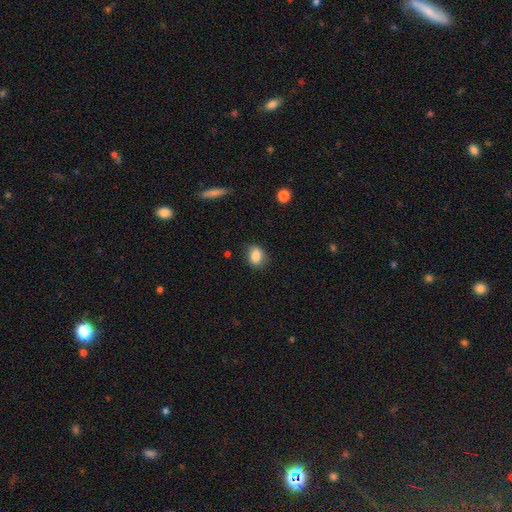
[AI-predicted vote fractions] smooth-or-featured: smooth: 86% | star or artifact: 9% | featured or disk: 6%
  how-rounded: in between: 64% | round: 35% | cigar-shaped: 1%
  merging: none: 78% | minor disturbance: 16% | major disturbance: 4% | merger: 1%